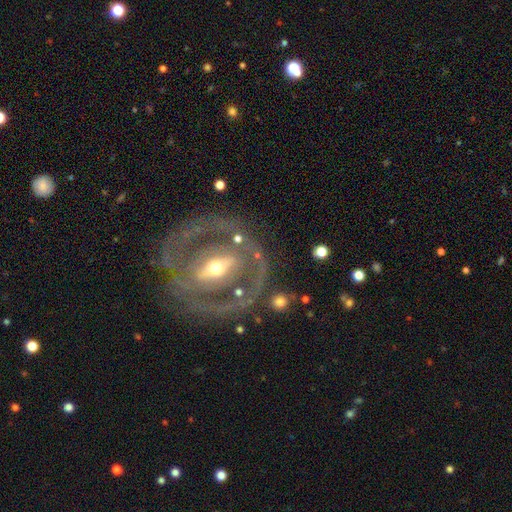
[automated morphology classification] This appears to be a featured or disk galaxy (83%) with a strong bar (53%), spiral arms (58%) and a moderate central bulge (54%). Merging: none (73%).